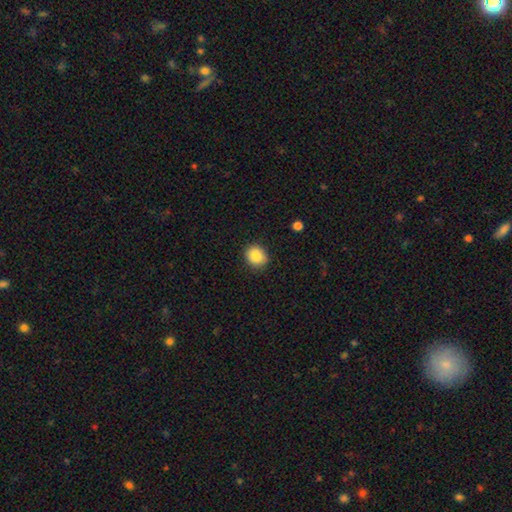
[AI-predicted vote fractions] Overall: smooth (86%). How rounded: round (72%). Merging: none (88%).